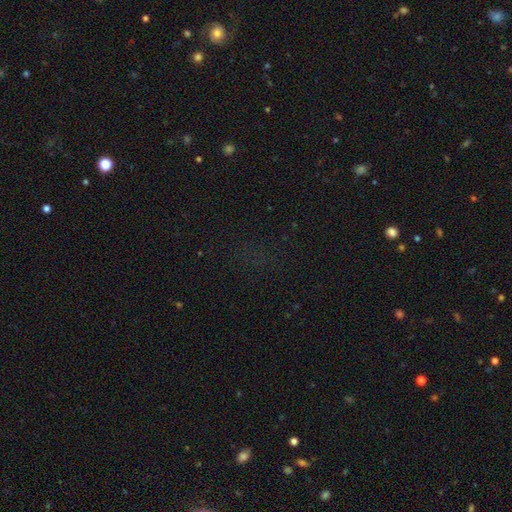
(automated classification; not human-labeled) Q: Smooth or featured?
A: star or artifact (67%); runner-up: smooth (22%)